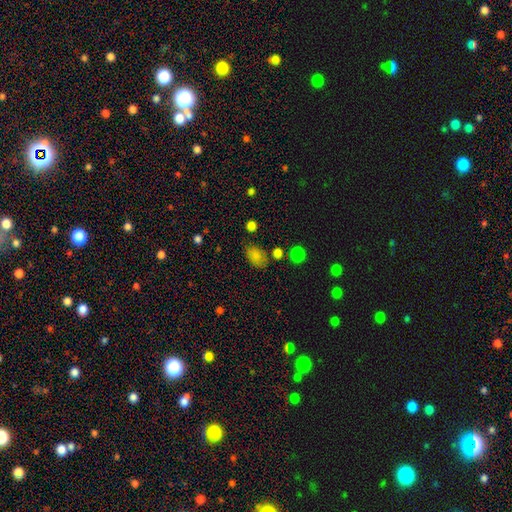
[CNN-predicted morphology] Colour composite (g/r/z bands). It shows a smooth galaxy with no disk features (81%) that is in between round and cigar-shaped (83%). Merging: none (72%).